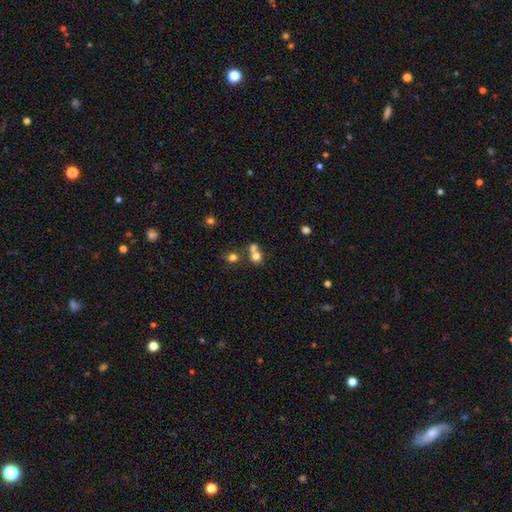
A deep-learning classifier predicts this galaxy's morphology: Q: Smooth or featured?
A: smooth (73%); runner-up: star or artifact (15%)
Q: How rounded?
A: round (79%); runner-up: in between (20%)
Q: Merging?
A: merger (49%); runner-up: none (39%)